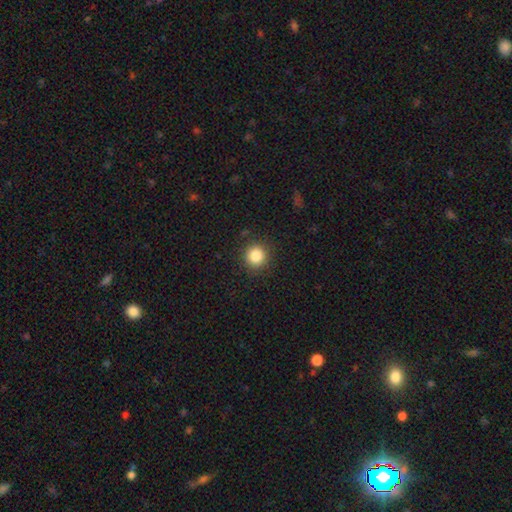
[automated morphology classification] Smooth or featured: smooth — 85% (star or artifact — 11%)
How rounded: round — 93% (in between — 6%)
Merging: none — 90% (minor disturbance — 7%)